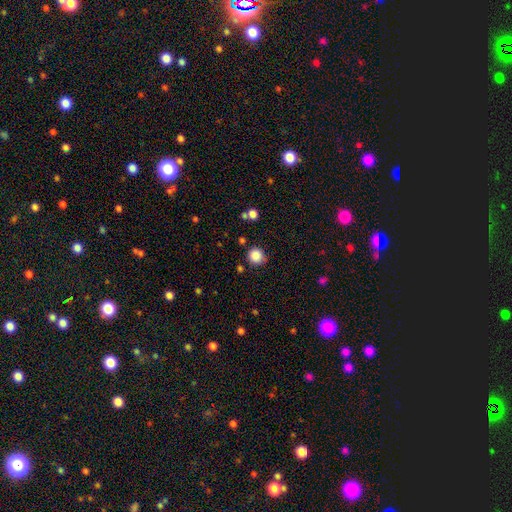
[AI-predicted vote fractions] This is clearly a smooth galaxy (86%). How rounded: clearly round (92%). Merging: clearly none (81%).